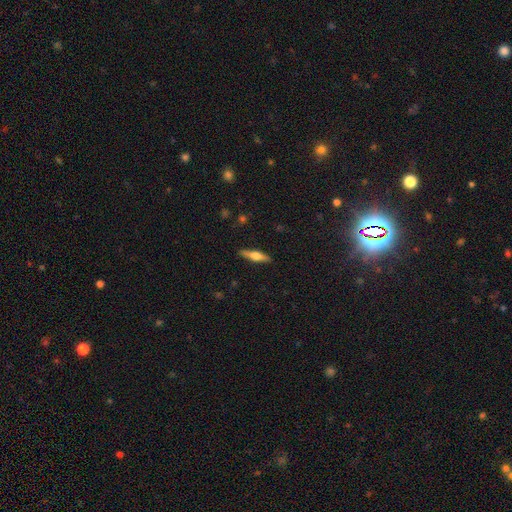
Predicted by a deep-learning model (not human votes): Smooth or featured? featured or disk (51%)
Edge-on disk? yes (95%)
Merging? none (89%)